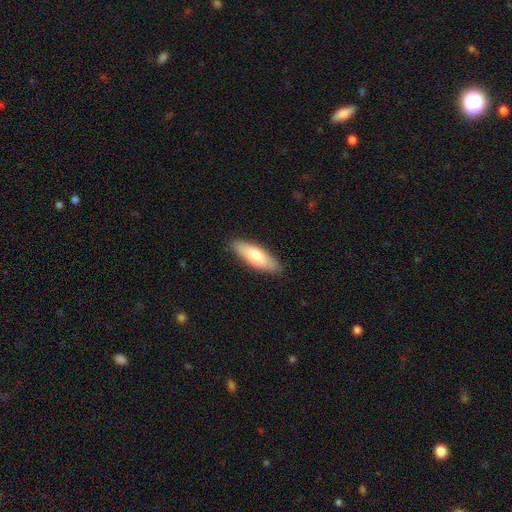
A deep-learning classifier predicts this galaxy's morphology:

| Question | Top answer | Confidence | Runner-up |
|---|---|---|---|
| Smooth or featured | smooth | 77% | featured or disk (18%) |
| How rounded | in between | 56% | cigar-shaped (42%) |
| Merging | none | 87% | minor disturbance (11%) |